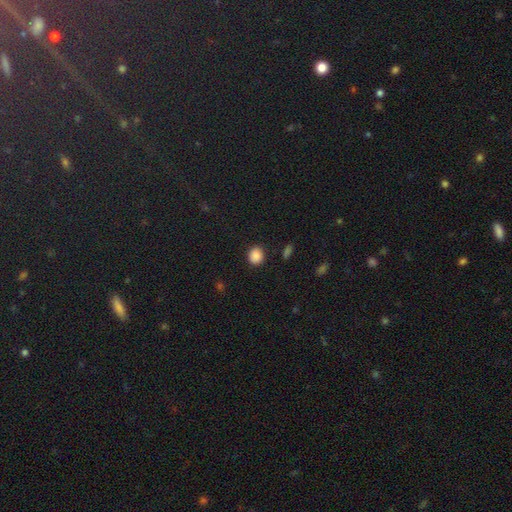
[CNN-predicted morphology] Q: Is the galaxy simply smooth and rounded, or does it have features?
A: smooth — 88%.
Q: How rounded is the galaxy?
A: round — 80%.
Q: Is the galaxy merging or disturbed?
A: none — 89%.